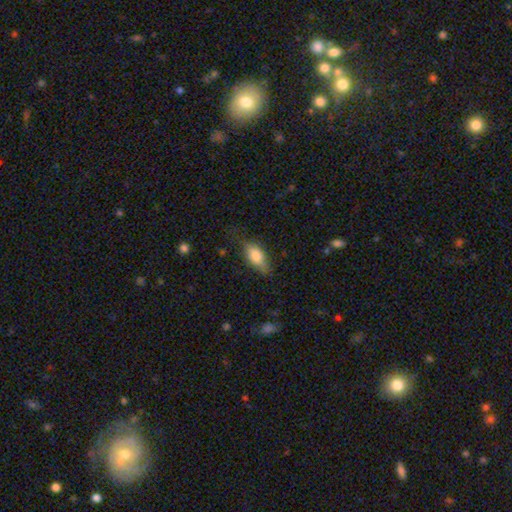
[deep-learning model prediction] smooth-or-featured: smooth: 79% | featured or disk: 14% | star or artifact: 7%
  how-rounded: in between: 84% | cigar-shaped: 13% | round: 3%
  merging: none: 66% | minor disturbance: 25% | major disturbance: 7% | merger: 2%